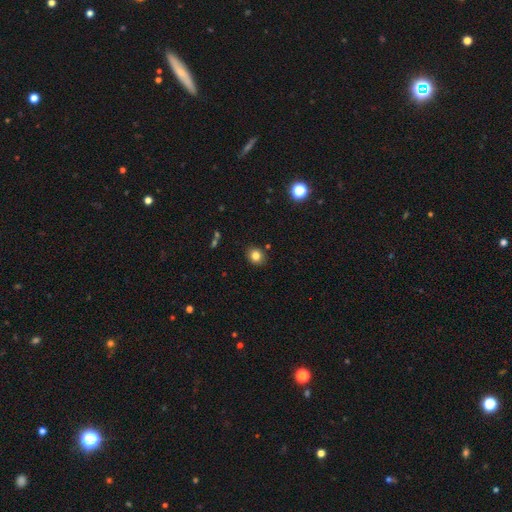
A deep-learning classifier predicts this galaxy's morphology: Smooth or featured?
  - smooth: 81% *
  - star or artifact: 12%
  - featured or disk: 7%
How rounded?
  - round: 73% *
  - in between: 26%
  - cigar-shaped: 1%
Merging?
  - none: 88% *
  - minor disturbance: 8%
  - major disturbance: 2%
  - merger: 2%